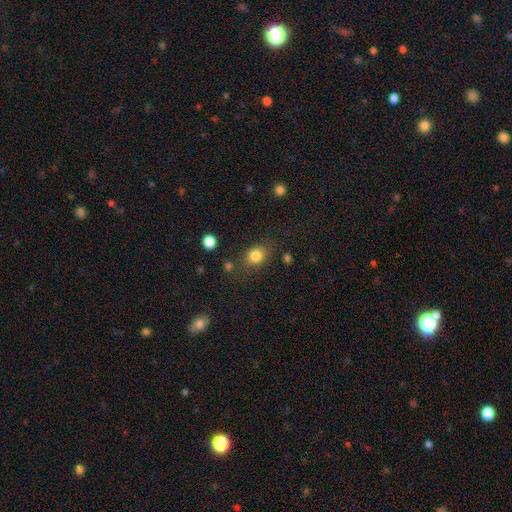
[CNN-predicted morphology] The model was most divided on "how rounded": round: 58%, in between: 41%, cigar-shaped: 1%. More confident: smooth or featured — smooth (83%); merging — none (74%).